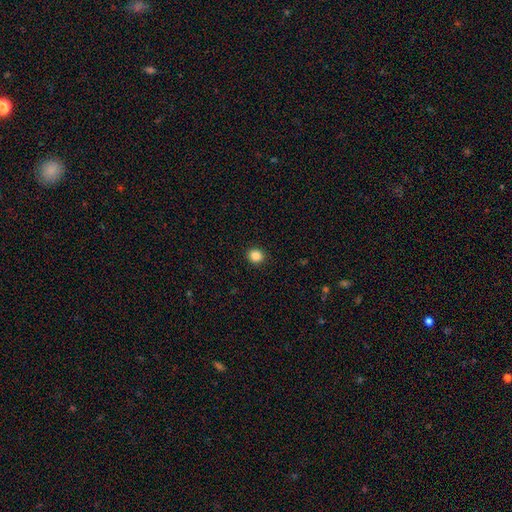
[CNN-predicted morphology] This appears to be a smooth galaxy with no disk features (86%) that is round (87%). Merging: none (93%).